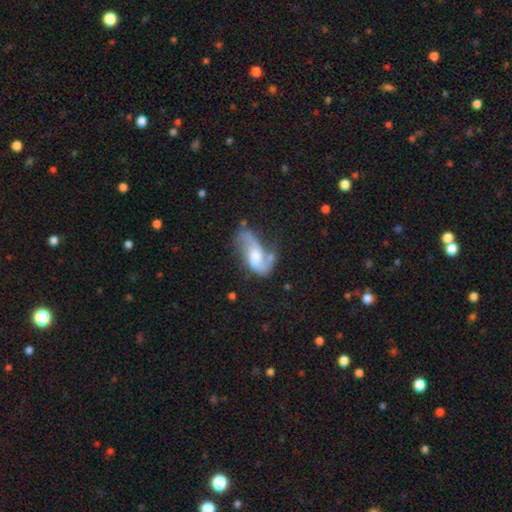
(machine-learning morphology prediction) The model was most divided on "bar": weak: 44%, no: 40%, strong: 16%. Remaining: edge-on disk — no (95%); spiral arms — yes (91%); spiral arm count — 2 (86%); smooth or featured — featured or disk (80%); spiral winding — loose (63%); bulge size — moderate (51%); merging — none (45%).